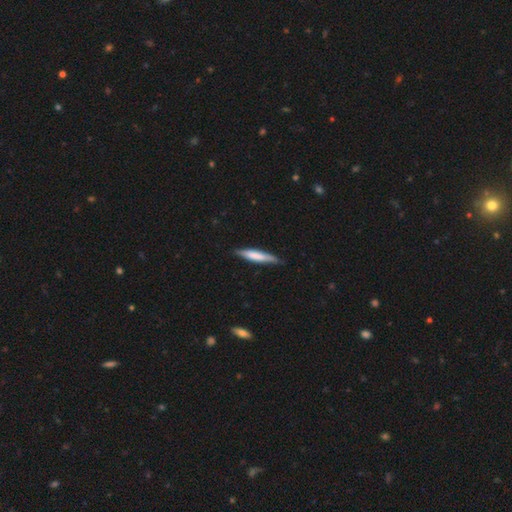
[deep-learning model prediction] Smooth or featured?
  - smooth: 67% *
  - featured or disk: 28%
  - star or artifact: 5%
How rounded?
  - cigar-shaped: 89% *
  - in between: 10%
  - round: 1%
Merging?
  - none: 81% *
  - minor disturbance: 15%
  - major disturbance: 2%
  - merger: 1%